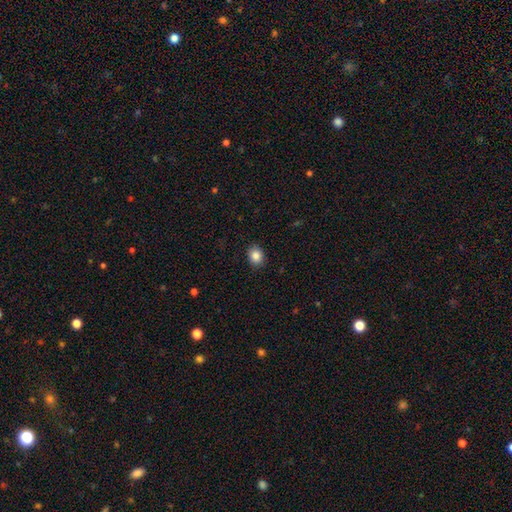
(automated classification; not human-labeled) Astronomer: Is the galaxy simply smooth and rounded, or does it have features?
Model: smooth — 86%.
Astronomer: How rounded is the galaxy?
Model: round — 53% (runner-up: in between, 46%).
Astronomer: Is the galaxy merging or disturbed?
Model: none — 89%.